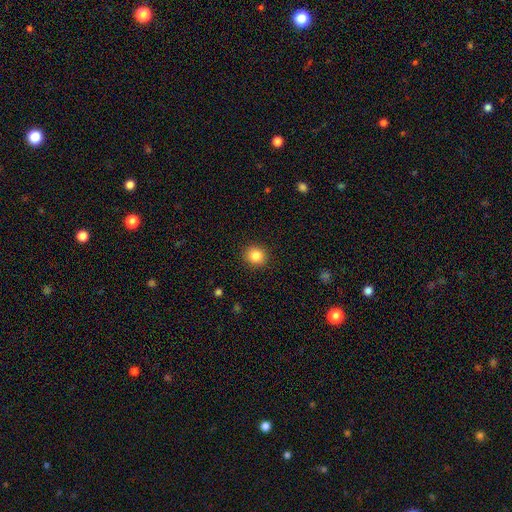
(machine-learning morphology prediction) A smooth galaxy with no disk features (86%) that is round (84%).

Vote fractions:
- Smooth or featured? smooth: 86% / star or artifact: 10% / featured or disk: 5%
- How rounded? round: 84% / in between: 15% / cigar-shaped: 1%
- Merging? none: 91% / minor disturbance: 6% / major disturbance: 2% / merger: 1%